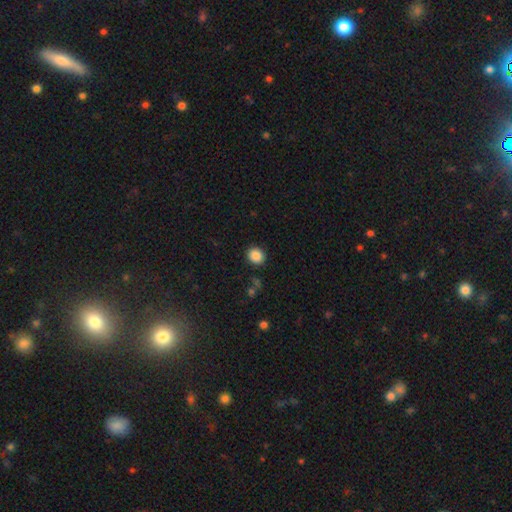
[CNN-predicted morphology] Smooth or featured?
  - smooth: 87% *
  - star or artifact: 9%
  - featured or disk: 4%
How rounded?
  - round: 77% *
  - in between: 22%
  - cigar-shaped: 1%
Merging?
  - none: 89% *
  - minor disturbance: 7%
  - major disturbance: 2%
  - merger: 2%